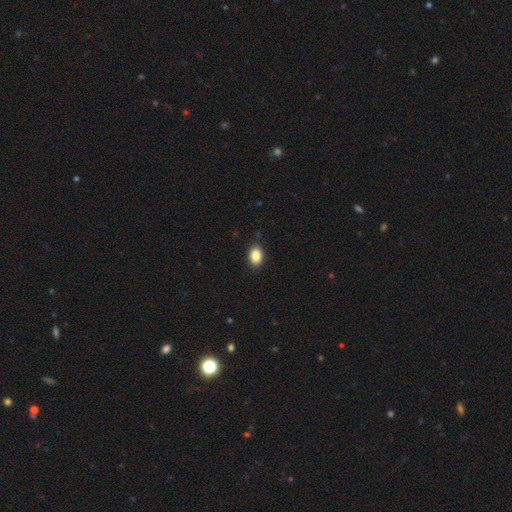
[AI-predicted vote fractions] This is clearly a smooth galaxy (87%). How rounded: clearly in between (83%). Merging: clearly none (87%).